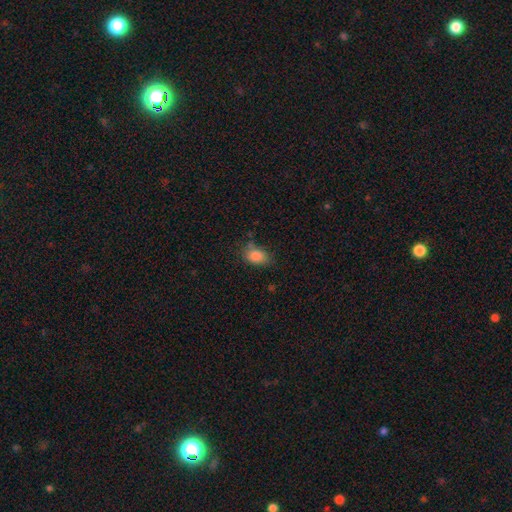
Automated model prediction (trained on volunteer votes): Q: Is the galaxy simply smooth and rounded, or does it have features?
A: smooth — 86%.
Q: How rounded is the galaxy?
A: in between — 81%.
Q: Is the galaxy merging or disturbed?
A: none — 63%.